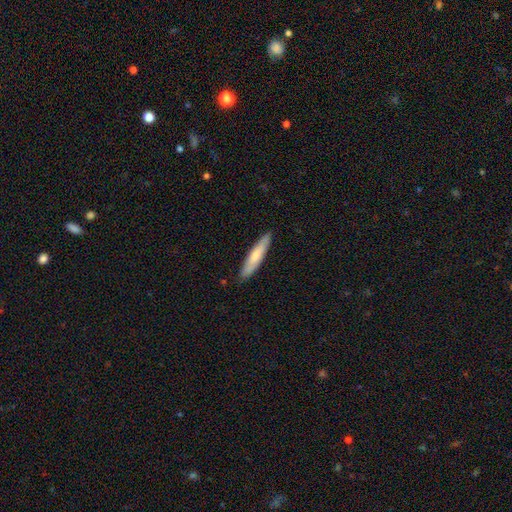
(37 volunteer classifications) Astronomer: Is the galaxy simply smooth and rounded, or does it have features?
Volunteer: smooth — 70%.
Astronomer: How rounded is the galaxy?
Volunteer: cigar-shaped — 85%.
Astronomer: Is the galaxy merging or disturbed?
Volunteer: none — 94%.